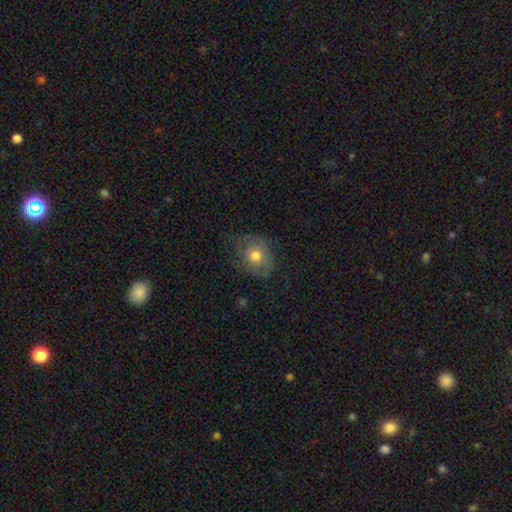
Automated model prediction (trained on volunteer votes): Smooth or featured? smooth (73%)
How rounded? round (69%)
Merging? none (66%)